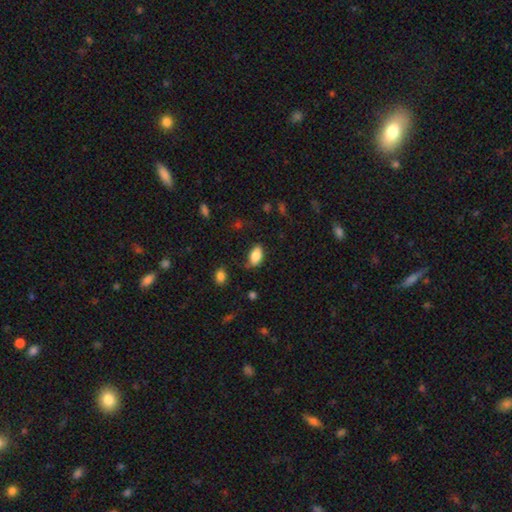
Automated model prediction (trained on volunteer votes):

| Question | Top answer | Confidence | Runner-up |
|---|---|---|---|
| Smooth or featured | smooth | 84% | featured or disk (8%) |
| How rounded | in between | 91% | cigar-shaped (5%) |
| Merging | none | 75% | minor disturbance (19%) |